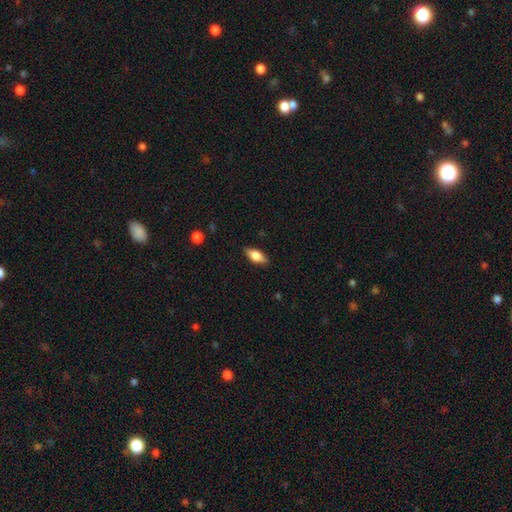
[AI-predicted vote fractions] smooth 73%, featured or disk 20%, star or artifact 7%. Down the decision tree: how rounded — in between (83%); merging — none (86%).